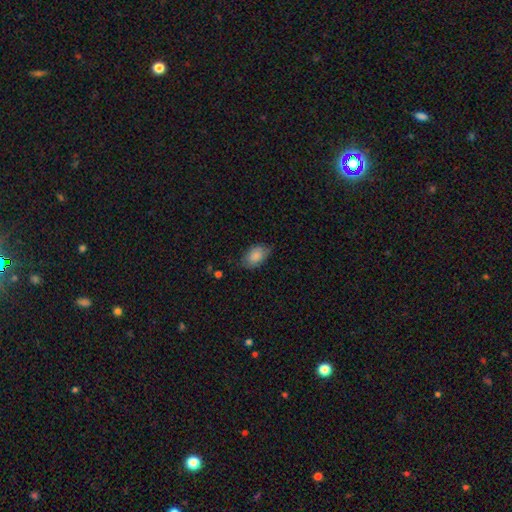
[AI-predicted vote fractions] Smooth or featured? Predicted: smooth (p=0.84). How rounded? Predicted: in between (p=0.90). Merging? Predicted: none (p=0.67).